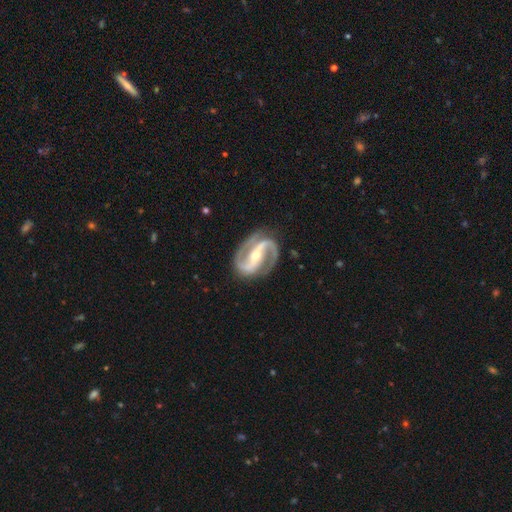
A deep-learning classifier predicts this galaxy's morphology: Overall: featured or disk (94%). Edge-on disk: no (98%). Bar: strong (64%). Spiral arms: yes (98%). Spiral arm count: 2 (94%). Spiral winding: medium (58%; tight 24%). Bulge size: small (55%; moderate 42%). Merging: none (85%).